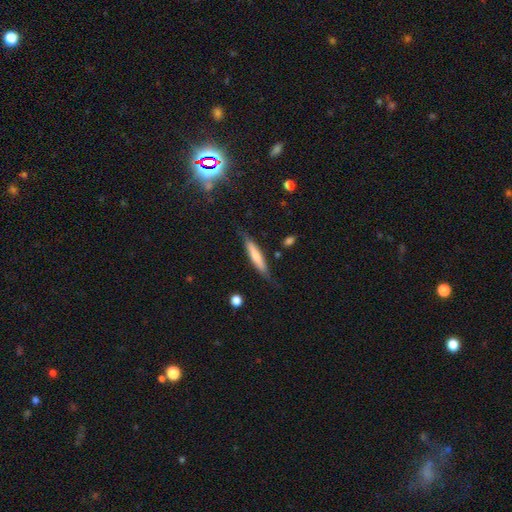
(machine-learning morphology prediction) Q: Smooth or featured?
A: smooth (63%); runner-up: featured or disk (31%)
Q: How rounded?
A: cigar-shaped (88%); runner-up: in between (10%)
Q: Merging?
A: none (76%); runner-up: minor disturbance (18%)